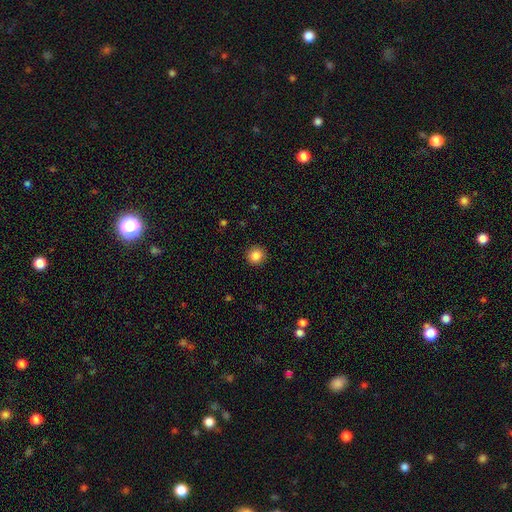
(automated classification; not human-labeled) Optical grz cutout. It shows a smooth galaxy with no disk features (86%) that is round (93%). Merging: none (92%).